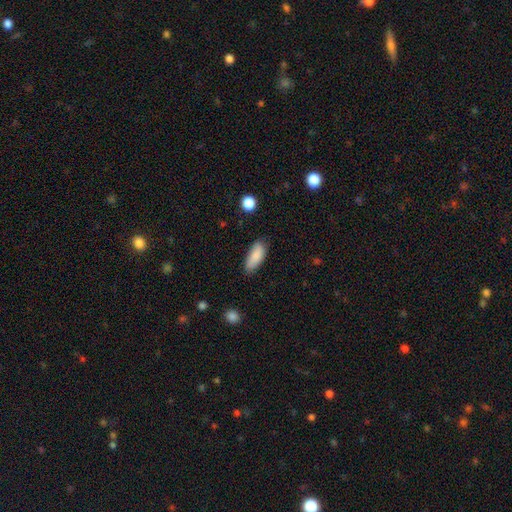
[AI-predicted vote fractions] Smooth or featured? Predicted: smooth (p=0.86). How rounded? Predicted: in between (p=0.80). Merging? Predicted: none (p=0.72).